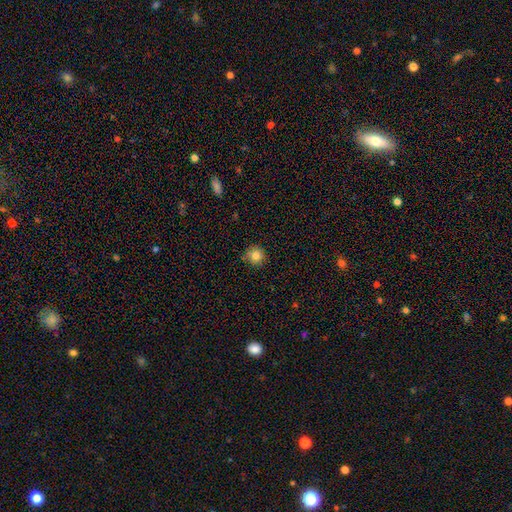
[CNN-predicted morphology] This appears to be a smooth galaxy with no disk features (82%) that is round (93%). Merging: none (85%).